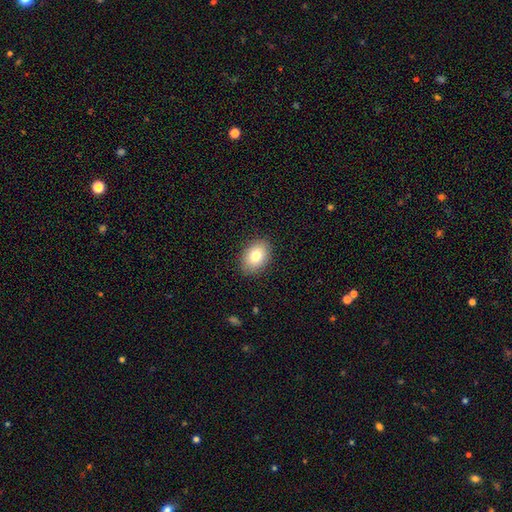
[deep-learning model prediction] Overall: smooth (80%). How rounded: in between (80%). Merging: none (88%).